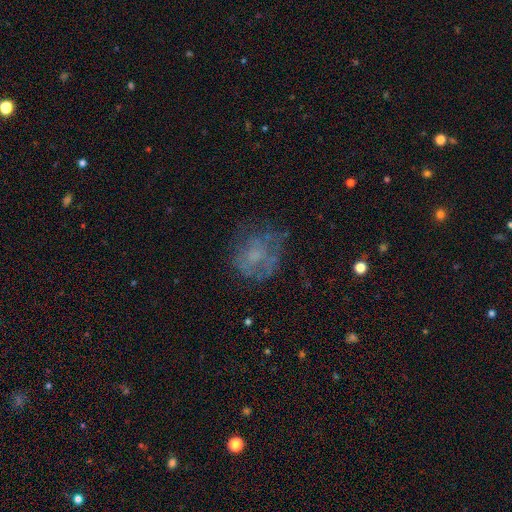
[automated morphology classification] This appears to be a featured or disk galaxy (42%, tied with smooth). Merging: none (54%).